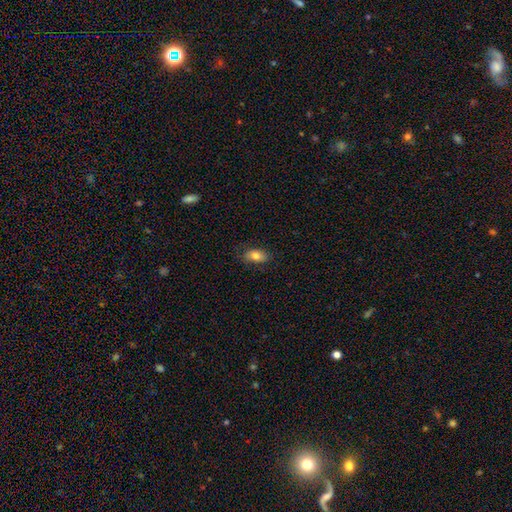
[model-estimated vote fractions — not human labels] This appears to be a smooth galaxy with no disk features (79%) that is in between round and cigar-shaped (90%). Merging: none (79%).